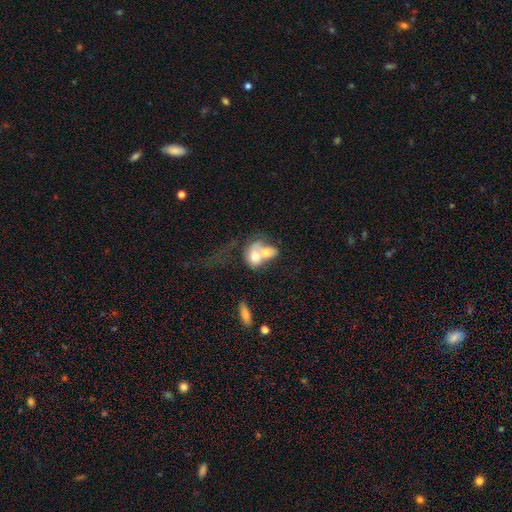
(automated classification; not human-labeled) A smooth galaxy with no disk features (59%) that is in between round and cigar-shaped (67%).

Vote fractions:
- Smooth or featured? smooth: 59% / featured or disk: 33% / star or artifact: 8%
- How rounded? in between: 67% / round: 30% / cigar-shaped: 2%
- Merging? merger: 76% / none: 10% / major disturbance: 9% / minor disturbance: 5%